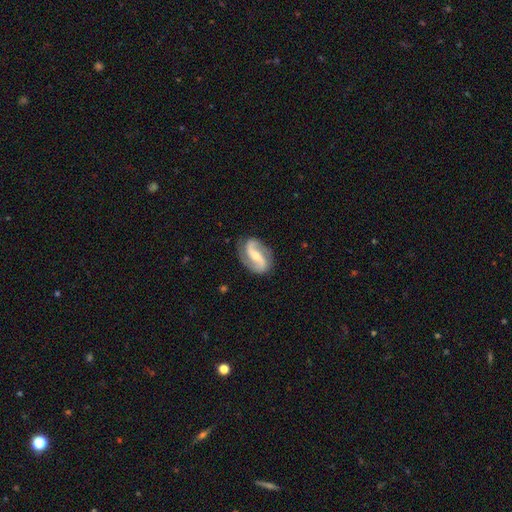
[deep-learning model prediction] A featured or disk galaxy (88%) with a weak bar (36%), 2 (93%) loose (50%) spiral arms (97%) and a small central bulge (48%).

Vote fractions:
- Smooth or featured? featured or disk: 88% / smooth: 8% / star or artifact: 4%
- Edge-on disk? no: 97% / yes: 3%
- Bar? weak: 36% / strong: 34% / no: 31%
- Spiral arms? yes: 97% / no: 3%
- Spiral winding? loose: 50% / medium: 37% / tight: 14%
- Spiral arm count? 2: 93% / can't tell: 2% / 1: 2% / 3: 1% / 4: 1% / more than 4: 1%
- Bulge size? small: 48% / moderate: 47% / large: 2% / none: 2% / dominant: 1%
- Merging? none: 82% / minor disturbance: 13% / major disturbance: 4% / merger: 1%